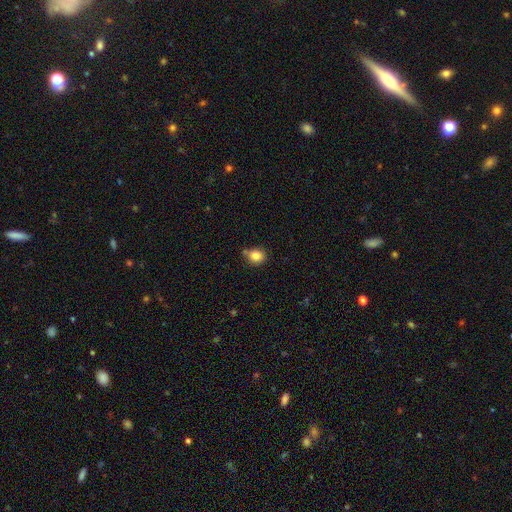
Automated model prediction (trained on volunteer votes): A smooth galaxy with no disk features (84%) that is round (76%).

Vote fractions:
- Smooth or featured? smooth: 84% / star or artifact: 10% / featured or disk: 6%
- How rounded? round: 76% / in between: 23% / cigar-shaped: 1%
- Merging? none: 68% / minor disturbance: 19% / merger: 9% / major disturbance: 4%